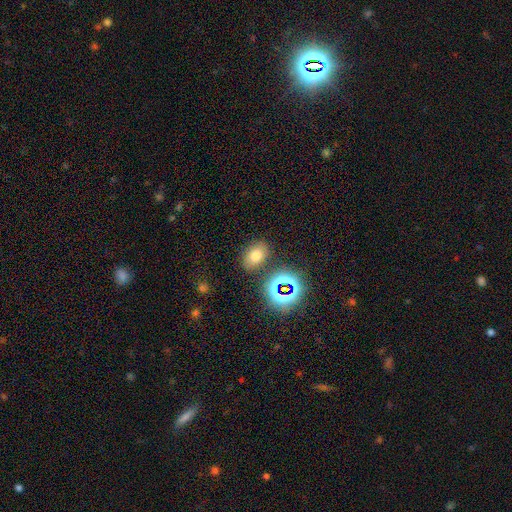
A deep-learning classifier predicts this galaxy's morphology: smooth 67%, star or artifact 21%, featured or disk 12%. Down the decision tree: how rounded — in between (75%); merging — none (81%).